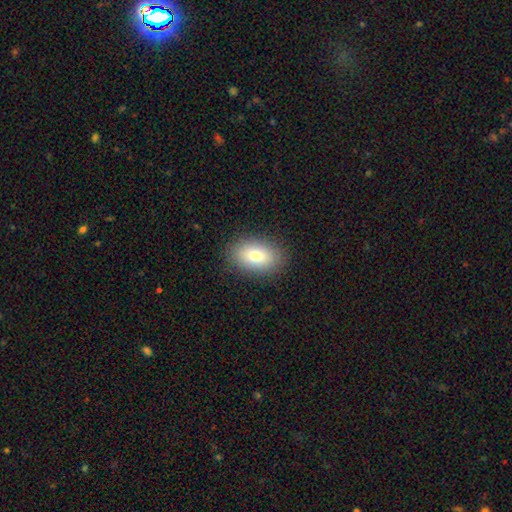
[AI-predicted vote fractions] smooth-or-featured: smooth: 78% | featured or disk: 13% | star or artifact: 9%
  how-rounded: in between: 86% | round: 13% | cigar-shaped: 2%
  merging: none: 88% | minor disturbance: 8% | major disturbance: 3% | merger: 1%